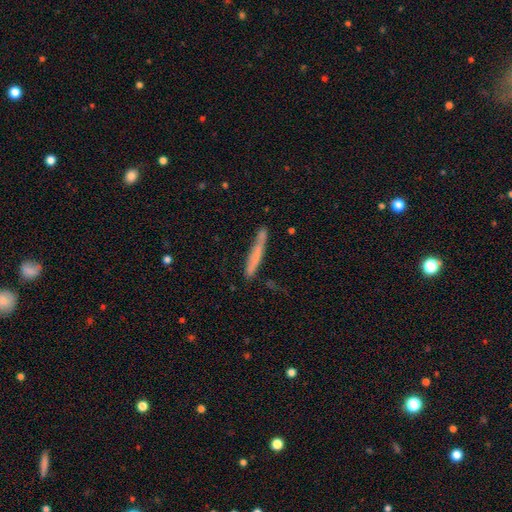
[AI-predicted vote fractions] smooth 60%, featured or disk 32%, star or artifact 8%. Down the decision tree: how rounded — cigar-shaped (96%); merging — none (76%).